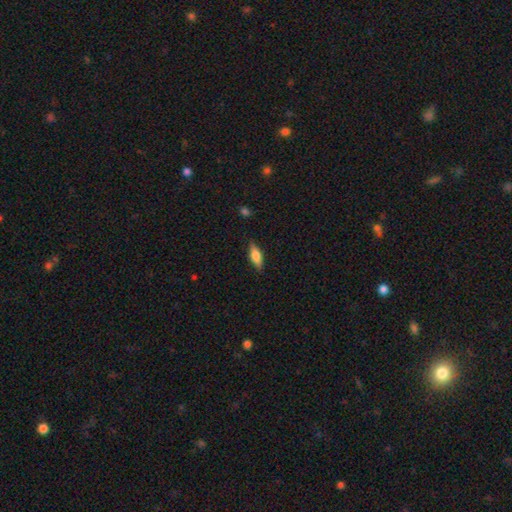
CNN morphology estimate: Smooth or featured?
  - smooth: 68% *
  - featured or disk: 25%
  - star or artifact: 7%
How rounded?
  - in between: 65% *
  - cigar-shaped: 32%
  - round: 3%
Merging?
  - none: 83% *
  - minor disturbance: 13%
  - major disturbance: 3%
  - merger: 1%